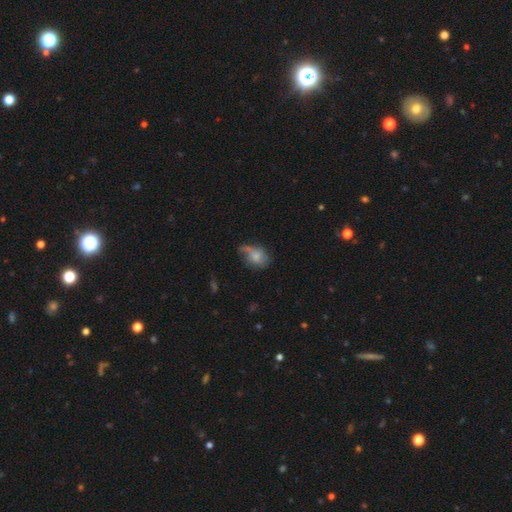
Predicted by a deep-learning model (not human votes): Morphology: type=smooth (56%); roundness=in between (75%); merging=none (35%, tied with minor disturbance).